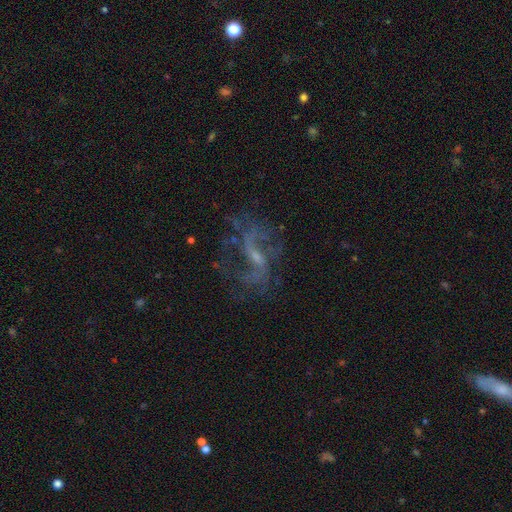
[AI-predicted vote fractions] A featured or disk galaxy (80%) with a weak bar (50%), 2 (78%) loose (69%) spiral arms (87%) and a small central bulge (58%). Merging: none (61%).